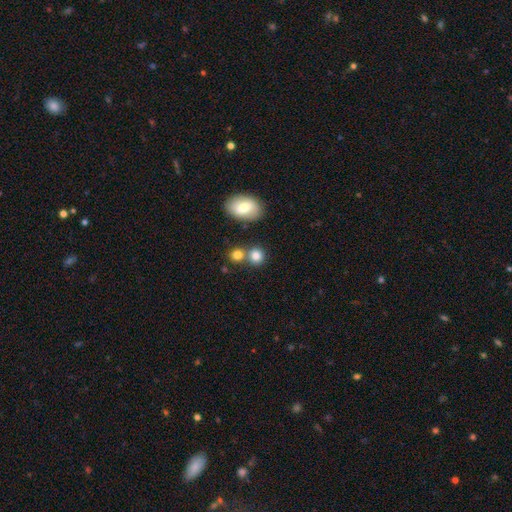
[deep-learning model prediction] The model was most divided on "merging": none: 59%, merger: 29%, minor disturbance: 9%, major disturbance: 3%. More confident: smooth or featured — smooth (81%); how rounded — round (79%).